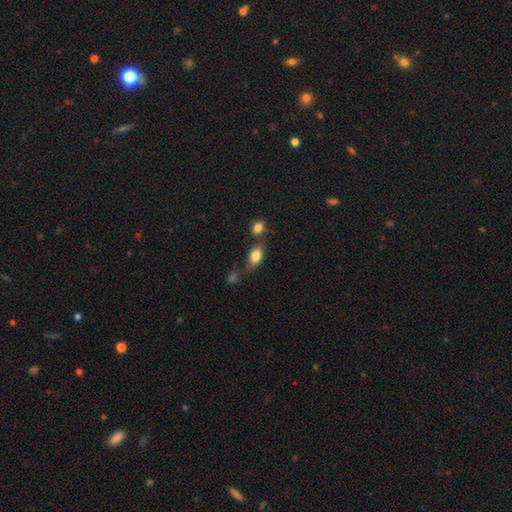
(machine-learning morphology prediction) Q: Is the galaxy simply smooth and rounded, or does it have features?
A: smooth — 82%.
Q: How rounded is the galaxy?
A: in between — 83%.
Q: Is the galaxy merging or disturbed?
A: none — 54%.